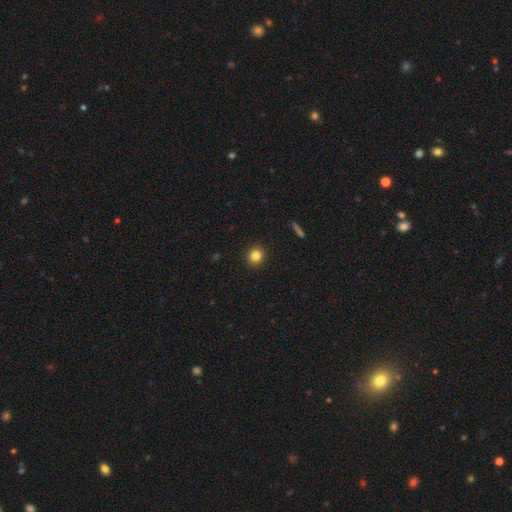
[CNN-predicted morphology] smooth 84%, star or artifact 11%, featured or disk 5%. Down the decision tree: how rounded — round (88%); merging — none (92%).